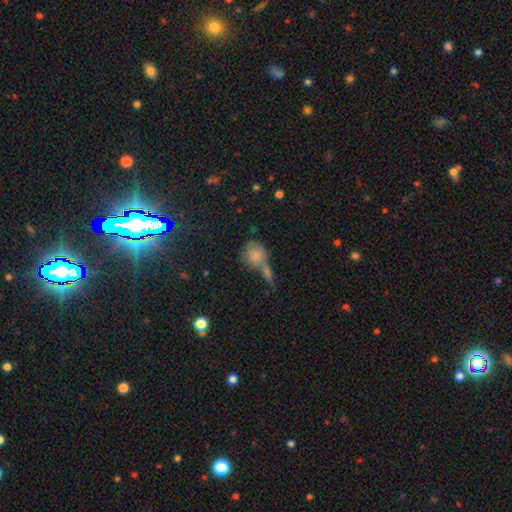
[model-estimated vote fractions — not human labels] smooth-or-featured: smooth: 74% | featured or disk: 16% | star or artifact: 10%
  how-rounded: round: 68% | in between: 29% | cigar-shaped: 3%
  merging: merger: 42% | none: 36% | minor disturbance: 14% | major disturbance: 8%